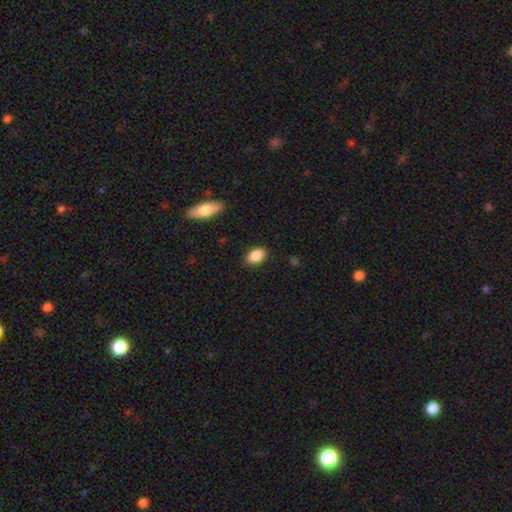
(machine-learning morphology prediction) This appears to be a smooth galaxy with no disk features (89%) that is in between round and cigar-shaped (84%). Merging: none (87%).